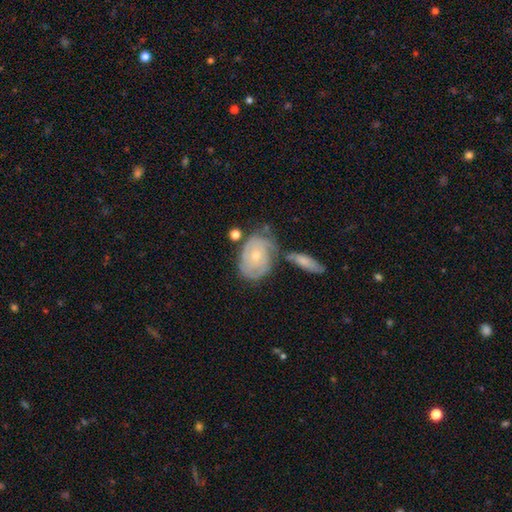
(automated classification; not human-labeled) Overall: featured or disk (71%). Edge-on disk: no (95%). Bar: no (78%). Spiral arms: yes (86%). Spiral arm count: can't tell (46%; 2 24%). Spiral winding: tight (71%). Bulge size: small (63%; moderate 33%). Merging: none (51%; minor disturbance 21%).